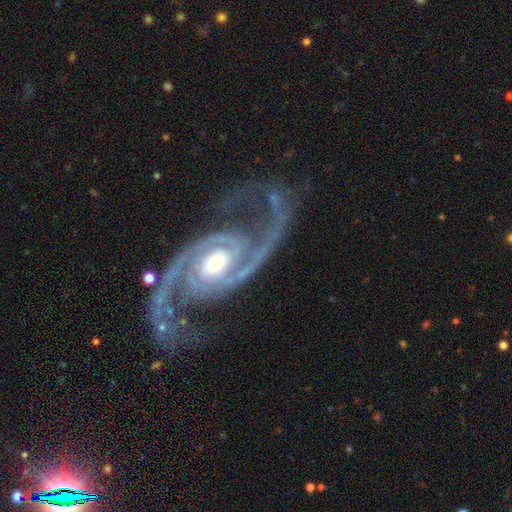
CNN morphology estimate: smooth-or-featured: featured or disk: 94% | star or artifact: 4% | smooth: 2%
  disk-edge-on: no: 98% | yes: 2%
    bar: no: 48% | weak: 34% | strong: 18%
    has-spiral-arms: yes: 99% | no: 1%
      spiral-winding: medium: 60% | tight: 23% | loose: 16%
      spiral-arm-count: 2: 94% | 3: 1% | can't tell: 1% | 1: 1% | 4: 1% | more than 4: 1%
    bulge-size: moderate: 63% | small: 21% | large: 13% | dominant: 2% | none: 1%
  merging: none: 76% | minor disturbance: 14% | major disturbance: 8% | merger: 2%